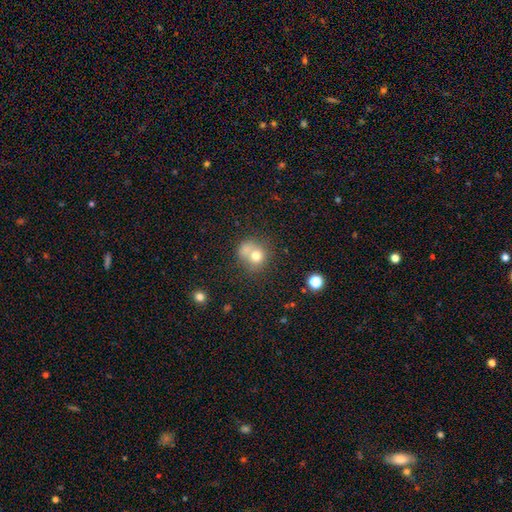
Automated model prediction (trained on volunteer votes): Smooth or featured?
  - smooth: 71% *
  - featured or disk: 17%
  - star or artifact: 12%
How rounded?
  - round: 79% *
  - in between: 20%
  - cigar-shaped: 1%
Merging?
  - merger: 45% *
  - none: 37%
  - minor disturbance: 12%
  - major disturbance: 6%